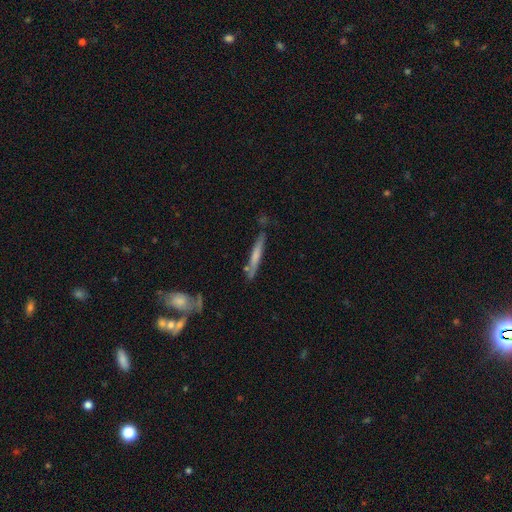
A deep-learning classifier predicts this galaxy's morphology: Smooth or featured: smooth — 58% (featured or disk — 36%)
How rounded: cigar-shaped — 94% (in between — 5%)
Merging: none — 75% (minor disturbance — 16%)